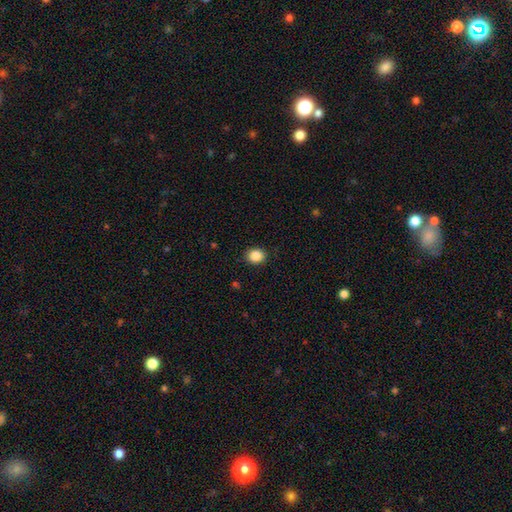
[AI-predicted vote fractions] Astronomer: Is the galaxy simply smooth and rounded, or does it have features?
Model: smooth — 87%.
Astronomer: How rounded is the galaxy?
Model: round — 69%.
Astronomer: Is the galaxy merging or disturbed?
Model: none — 90%.